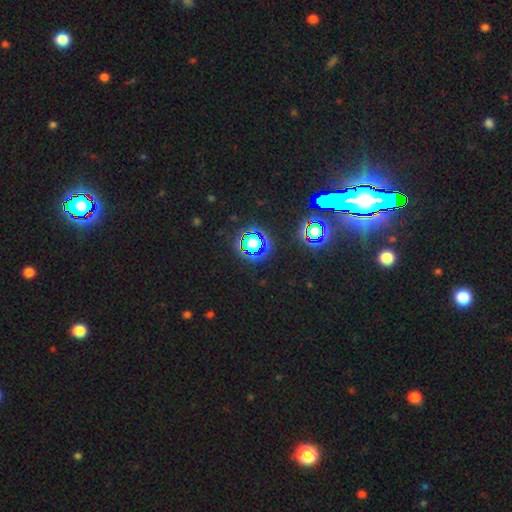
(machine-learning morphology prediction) Smooth or featured: star or artifact — 81% (smooth — 11%)